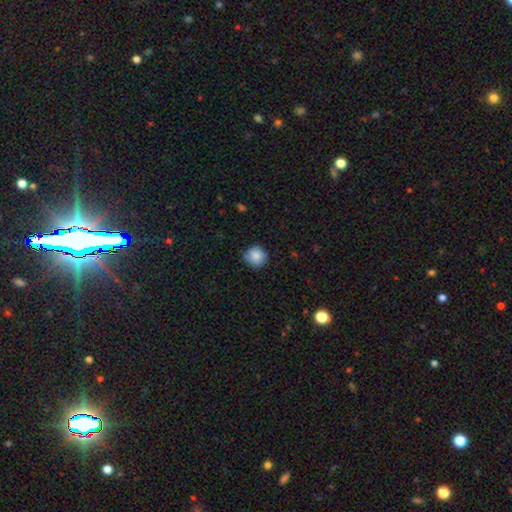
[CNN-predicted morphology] A smooth galaxy with no disk features (84%) that is round (88%).

Vote fractions:
- Smooth or featured? smooth: 84% / star or artifact: 8% / featured or disk: 8%
- How rounded? round: 88% / in between: 11% / cigar-shaped: 1%
- Merging? none: 72% / minor disturbance: 22% / major disturbance: 4% / merger: 2%